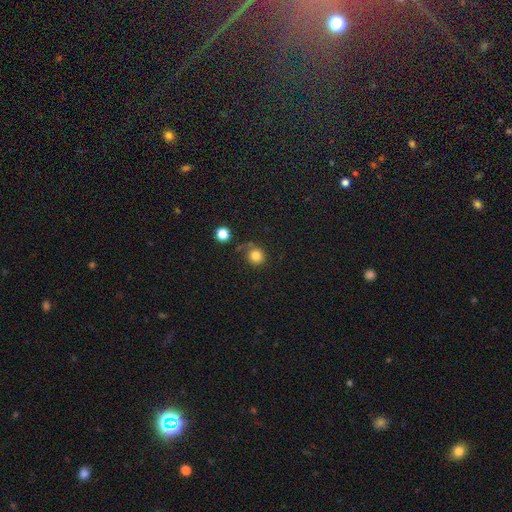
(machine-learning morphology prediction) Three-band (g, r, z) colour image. It shows a smooth galaxy with no disk features (82%) that is round (92%). Merging: none (73%).